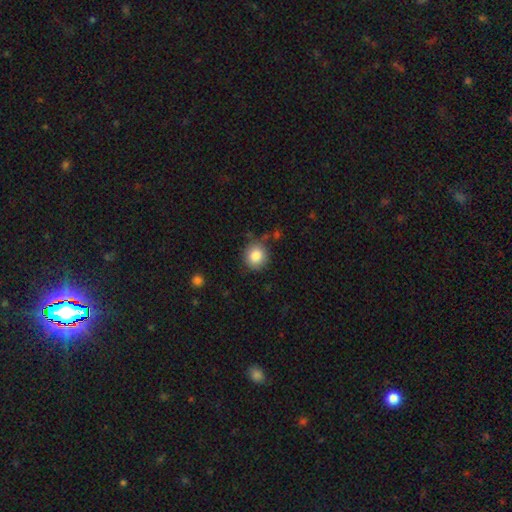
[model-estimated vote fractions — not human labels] smooth 85%, star or artifact 9%, featured or disk 6%. Down the decision tree: how rounded — round (87%); merging — none (81%).